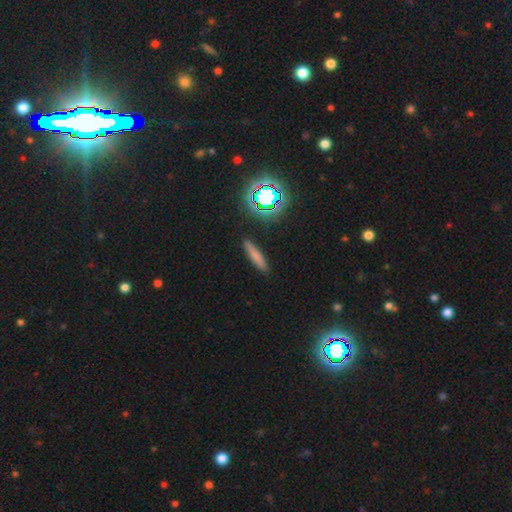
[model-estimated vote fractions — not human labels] smooth_or_featured: smooth (p=0.67) [alt: featured or disk p=0.17]
how_rounded: cigar-shaped (p=0.85) [alt: in between p=0.12]
merging: none (p=0.88) [alt: minor disturbance p=0.08]